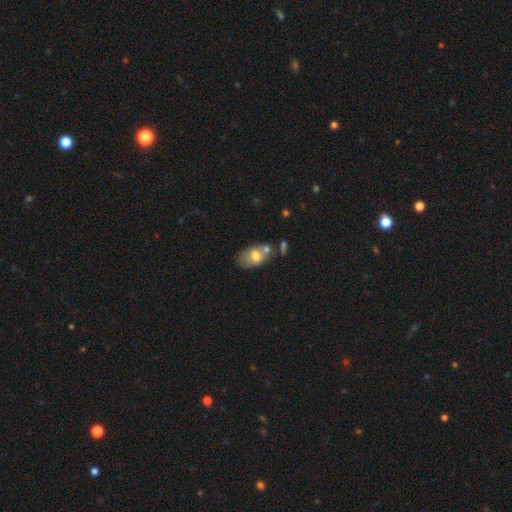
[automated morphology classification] type=smooth (64%); roundness=in between (89%); merging=none (47%).